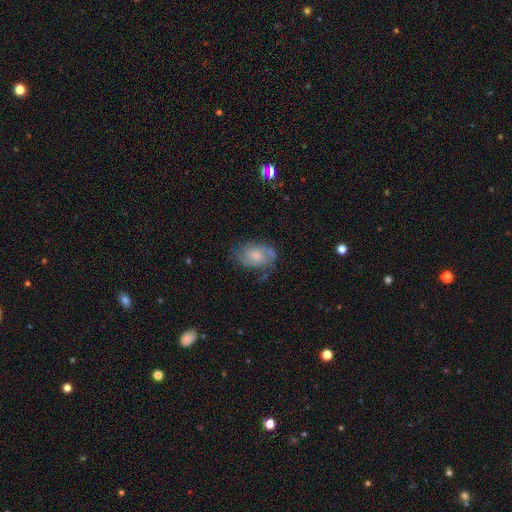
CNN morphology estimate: smooth_or_featured: featured or disk (p=0.47) [alt: smooth p=0.45]
merging: none (p=0.52) [alt: minor disturbance p=0.28]